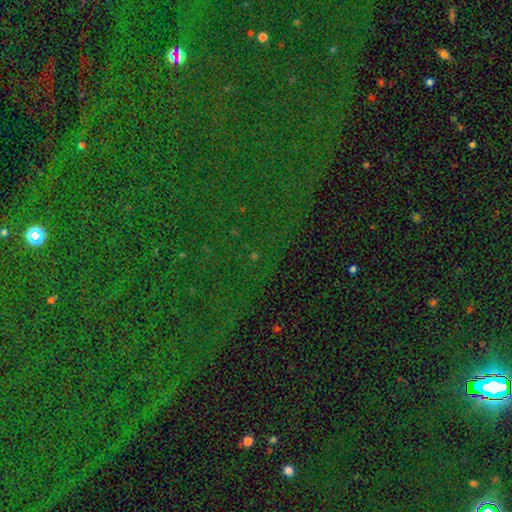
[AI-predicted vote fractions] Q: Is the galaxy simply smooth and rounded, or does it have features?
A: star or artifact — 86%.